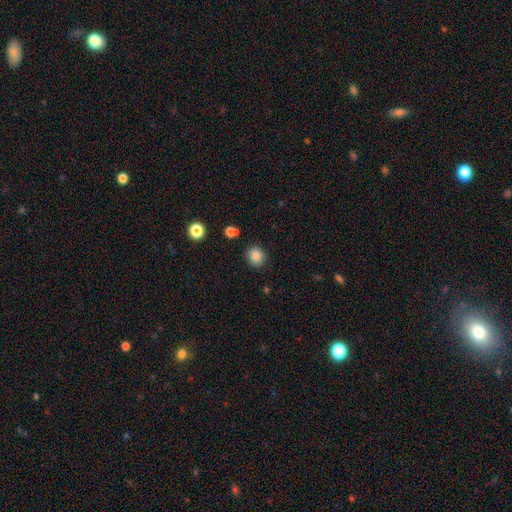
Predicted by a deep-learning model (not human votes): Smooth or featured? Predicted: smooth (p=0.85). How rounded? Predicted: round (p=0.78). Merging? Predicted: none (p=0.86).